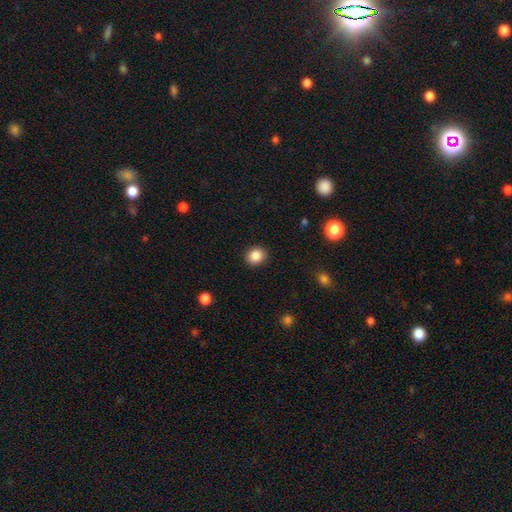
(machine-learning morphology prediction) Smooth or featured?
  - smooth: 86% *
  - star or artifact: 10%
  - featured or disk: 4%
How rounded?
  - round: 77% *
  - in between: 22%
  - cigar-shaped: 1%
Merging?
  - none: 90% *
  - minor disturbance: 7%
  - major disturbance: 2%
  - merger: 1%